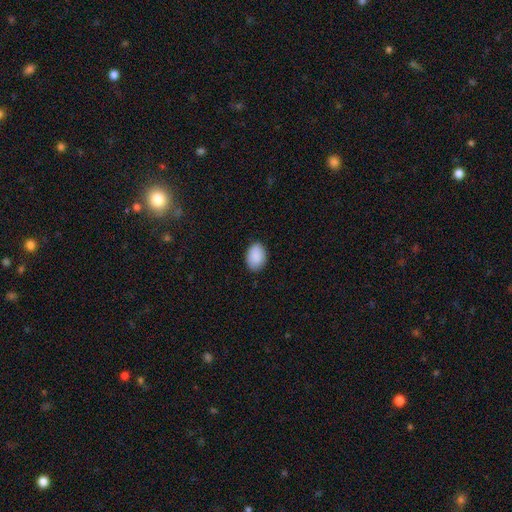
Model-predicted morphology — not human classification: smooth 90%, star or artifact 6%, featured or disk 3%. Down the decision tree: how rounded — in between (82%); merging — none (87%).